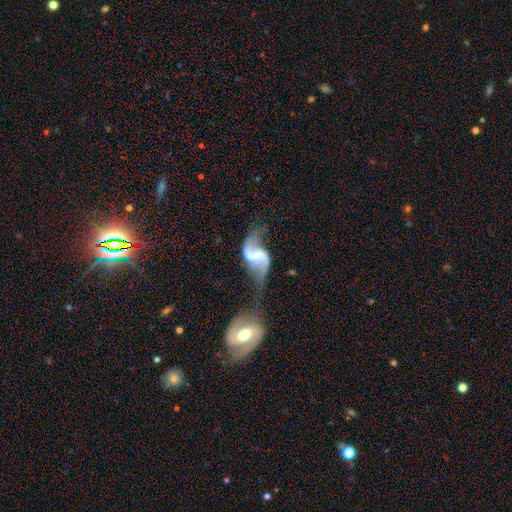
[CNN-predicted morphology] The model was most divided on "bar": weak: 44%, strong: 34%, no: 21%. Remaining: edge-on disk — no (97%); spiral arms — yes (94%); spiral arm count — 2 (93%); smooth or featured — featured or disk (88%); spiral winding — loose (80%); bulge size — none (42%); merging — none (40%).